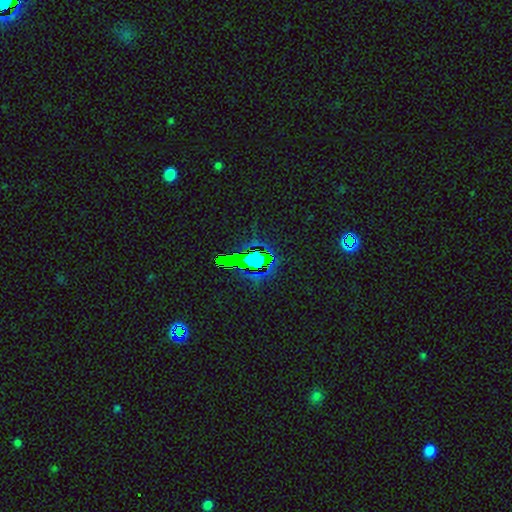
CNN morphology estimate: A star or artifact, not a galaxy (71%).